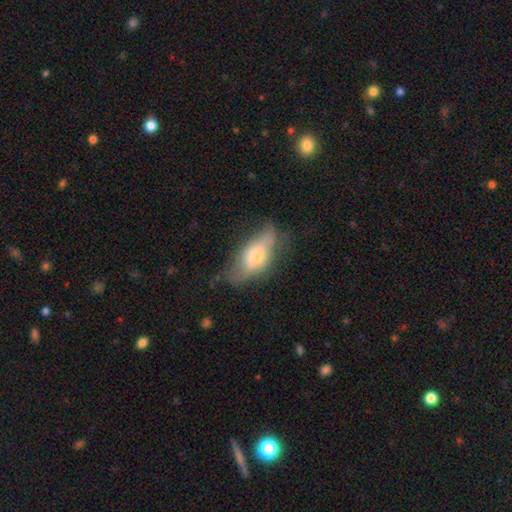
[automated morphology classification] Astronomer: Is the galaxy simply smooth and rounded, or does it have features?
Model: smooth — 47% (runner-up: featured or disk, 46%).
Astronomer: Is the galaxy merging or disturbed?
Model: none — 50% (runner-up: minor disturbance, 31%).